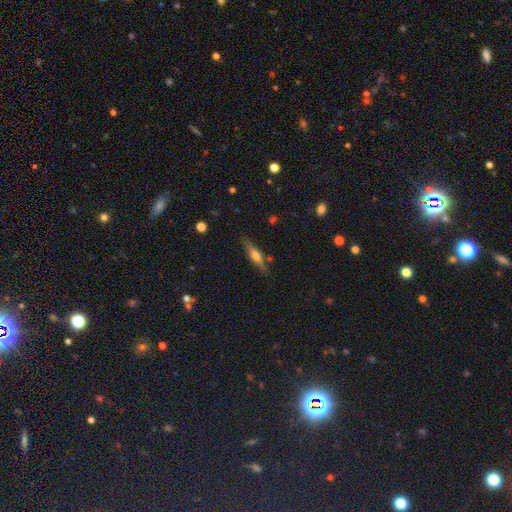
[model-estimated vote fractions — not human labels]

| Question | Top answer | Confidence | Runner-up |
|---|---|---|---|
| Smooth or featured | featured or disk | 58% | smooth (35%) |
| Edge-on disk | yes | 94% | no (6%) |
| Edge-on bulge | rounded | 88% | boxy (7%) |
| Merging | none | 83% | minor disturbance (12%) |